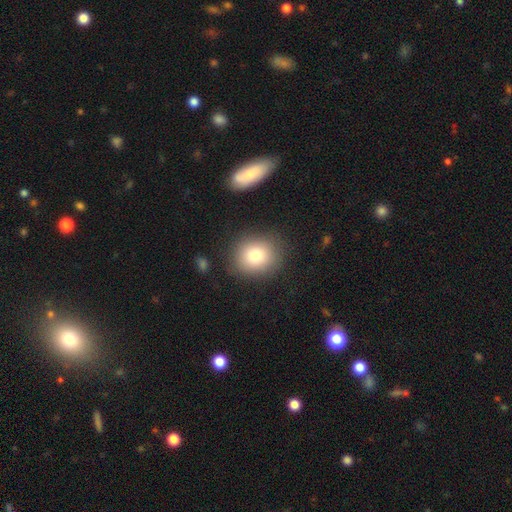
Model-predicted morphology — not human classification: A smooth galaxy with no disk features (78%) that is round (78%). Merging: none (85%).